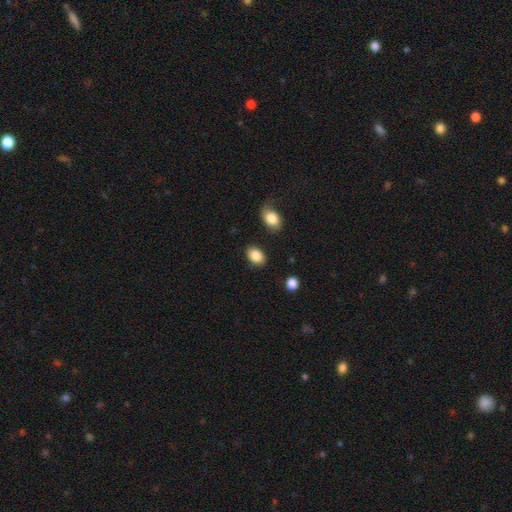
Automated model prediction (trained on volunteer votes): Smooth or featured? smooth (86%)
How rounded? in between (78%)
Merging? none (84%)